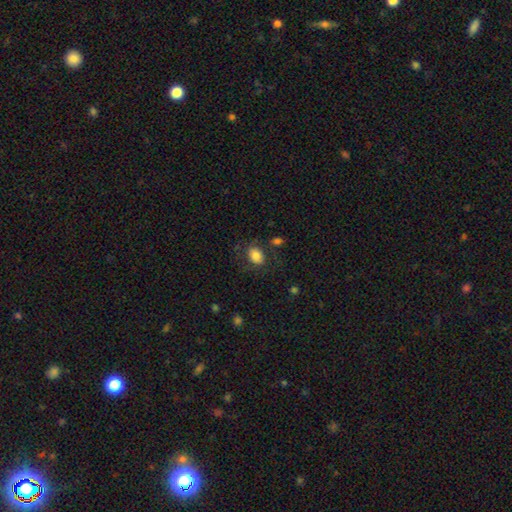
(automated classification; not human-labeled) Q: Smooth or featured?
A: smooth (81%); runner-up: featured or disk (10%)
Q: How rounded?
A: in between (67%); runner-up: round (32%)
Q: Merging?
A: none (67%); runner-up: minor disturbance (17%)